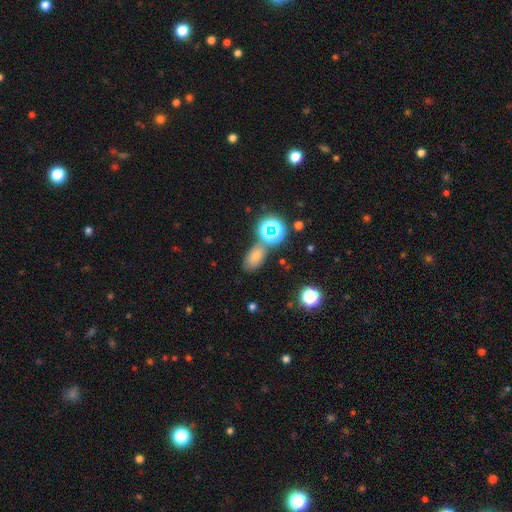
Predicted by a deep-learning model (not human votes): This appears to be a smooth galaxy with no disk features (64%) that is in between round and cigar-shaped (83%). Merging: none (65%).